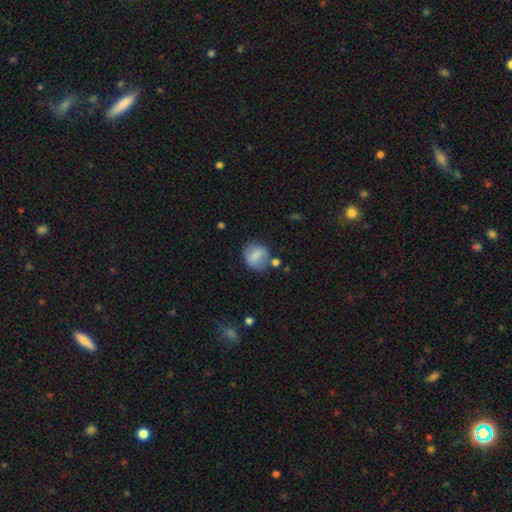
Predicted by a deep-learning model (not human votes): A smooth galaxy with no disk features (71%) that is round (73%). Merging: none (66%).